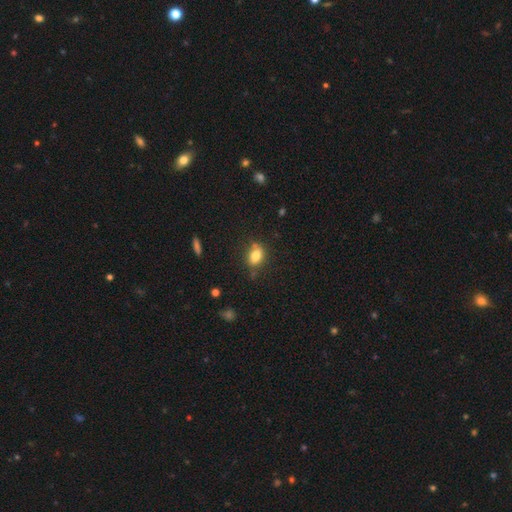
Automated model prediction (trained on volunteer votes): Smooth or featured: smooth — 79% (featured or disk — 11%)
How rounded: in between — 70% (round — 27%)
Merging: none — 66% (minor disturbance — 20%)